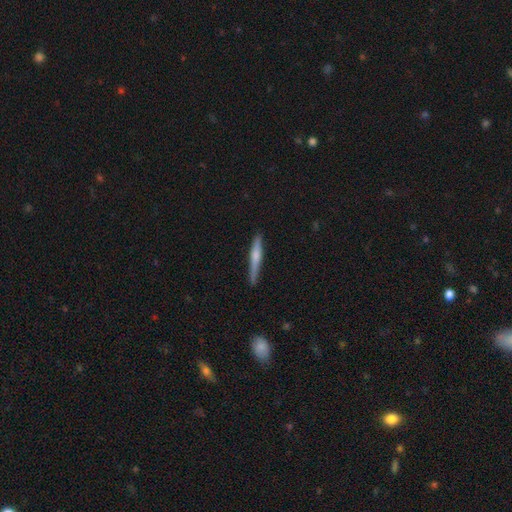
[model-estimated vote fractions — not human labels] Morphology: type=smooth (51%); roundness=cigar-shaped (95%); merging=none (84%).